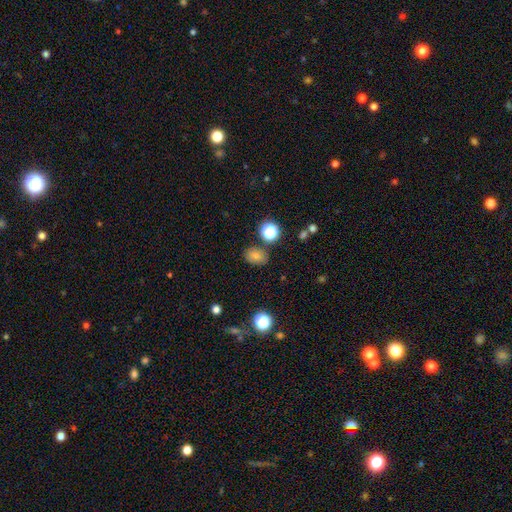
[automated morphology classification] type=smooth (77%); roundness=in between (66%); merging=none (80%).